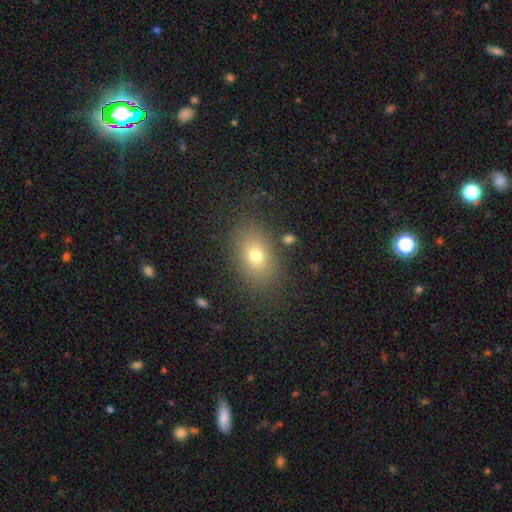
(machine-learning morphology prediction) The model was most divided on "how rounded": in between: 77%, round: 22%, cigar-shaped: 2%. More confident: merging — none (83%); smooth or featured — smooth (73%).